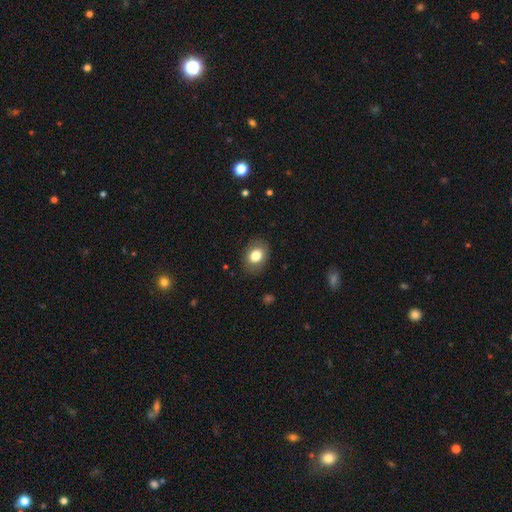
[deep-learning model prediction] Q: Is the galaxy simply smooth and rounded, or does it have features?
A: smooth — 79%.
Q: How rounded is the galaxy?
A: in between — 66%.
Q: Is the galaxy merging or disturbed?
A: none — 85%.